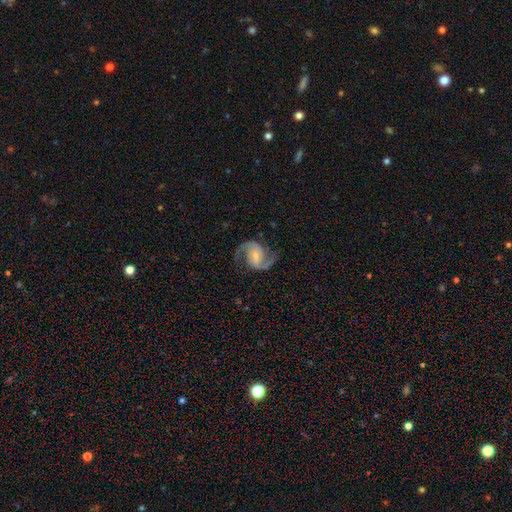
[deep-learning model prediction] smooth-or-featured: featured or disk: 91% | star or artifact: 5% | smooth: 4%
  disk-edge-on: no: 98% | yes: 2%
    bar: weak: 44% | no: 36% | strong: 20%
    has-spiral-arms: yes: 98% | no: 2%
      spiral-winding: medium: 58% | loose: 30% | tight: 13%
      spiral-arm-count: 2: 94% | can't tell: 1% | 1: 1% | 3: 1% | 4: 1% | more than 4: 1%
    bulge-size: small: 57% | moderate: 31% | none: 7% | large: 3% | dominant: 1%
  merging: none: 81% | minor disturbance: 12% | major disturbance: 6% | merger: 1%